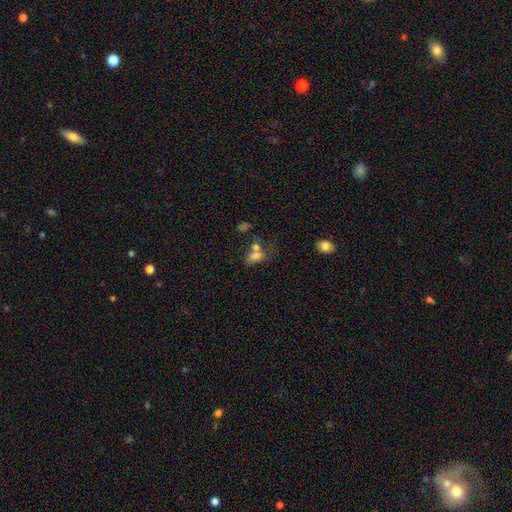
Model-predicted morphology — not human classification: smooth-or-featured: smooth: 69% | featured or disk: 16% | star or artifact: 15%
  how-rounded: in between: 76% | round: 19% | cigar-shaped: 5%
  merging: merger: 48% | none: 27% | minor disturbance: 13% | major disturbance: 12%